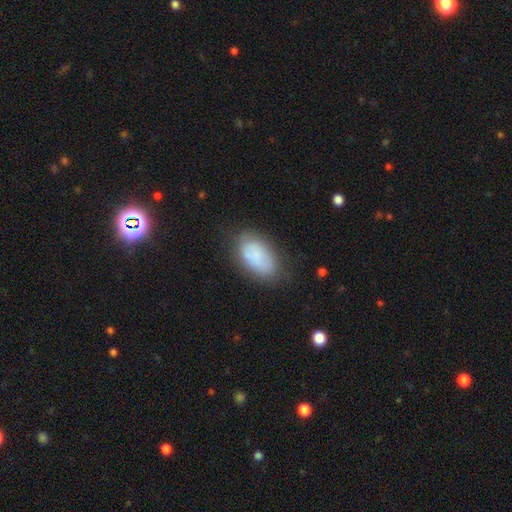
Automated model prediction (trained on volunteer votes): smooth-or-featured: smooth: 79% | featured or disk: 14% | star or artifact: 8%
  how-rounded: in between: 93% | round: 4% | cigar-shaped: 2%
  merging: none: 72% | minor disturbance: 19% | major disturbance: 6% | merger: 2%